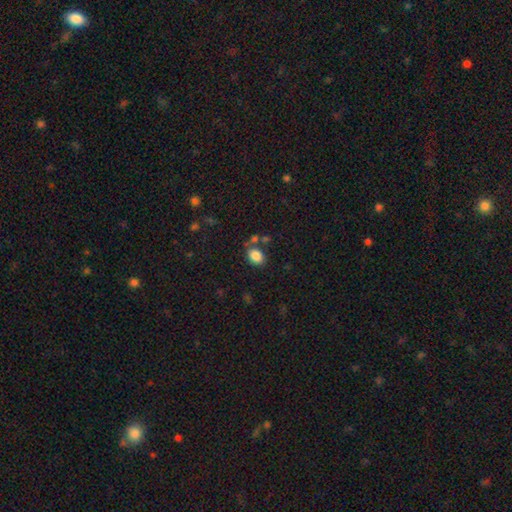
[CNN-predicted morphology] smooth 86%, star or artifact 9%, featured or disk 5%. Down the decision tree: how rounded — in between (67%); merging — none (71%).